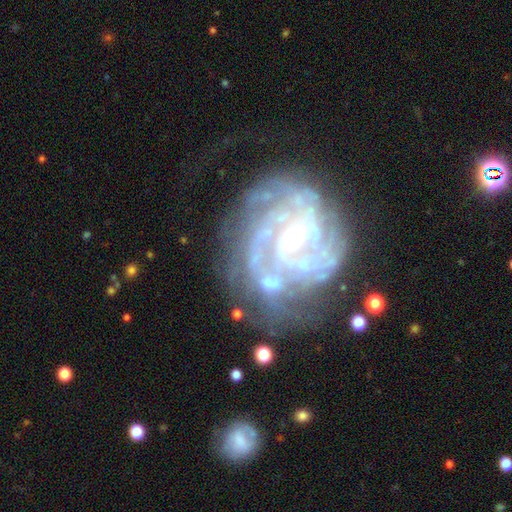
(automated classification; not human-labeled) featured or disk 87%, star or artifact 7%, smooth 6%. Down the decision tree: edge-on disk — no (98%); bar — no (63%); spiral arms — yes (95%); spiral arm count — can't tell (24%); spiral winding — tight (64%); bulge size — small (74%); merging — none (61%).